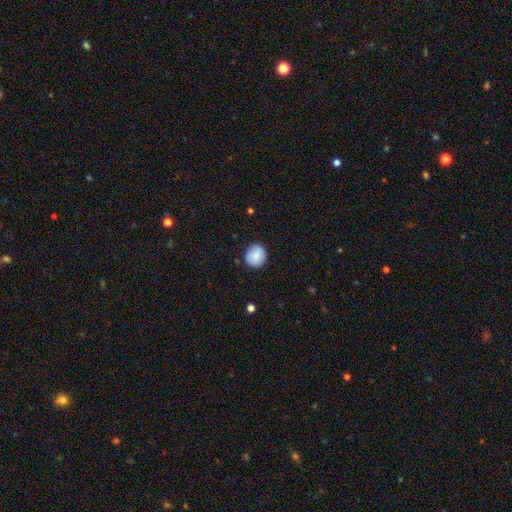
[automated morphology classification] This is clearly a smooth galaxy (84%). How rounded: clearly round (87%). Merging: clearly none (85%).